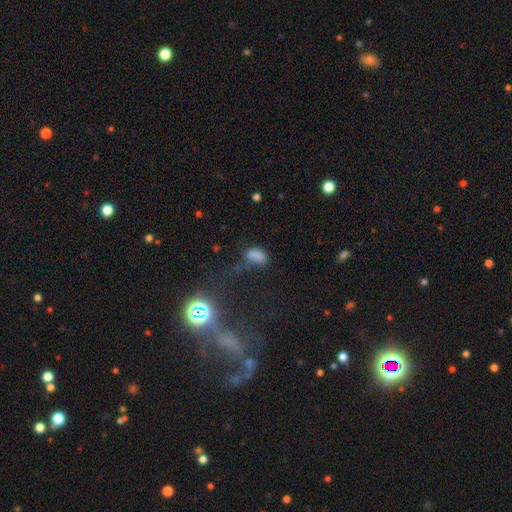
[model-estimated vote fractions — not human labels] Smooth or featured? smooth (70%)
How rounded? in between (88%)
Merging? none (36%)